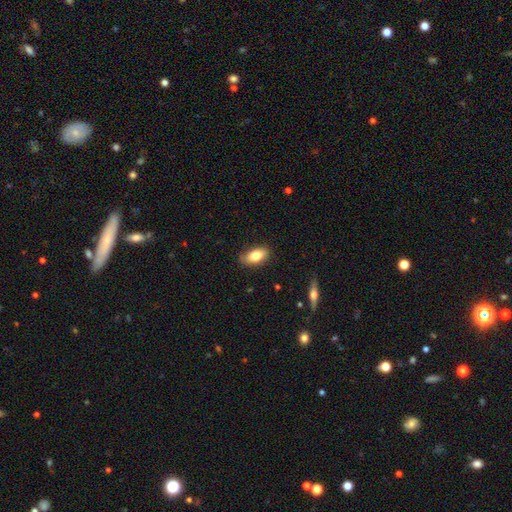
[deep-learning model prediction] Smooth or featured? Predicted: smooth (p=0.79). How rounded? Predicted: in between (p=0.90). Merging? Predicted: none (p=0.83).